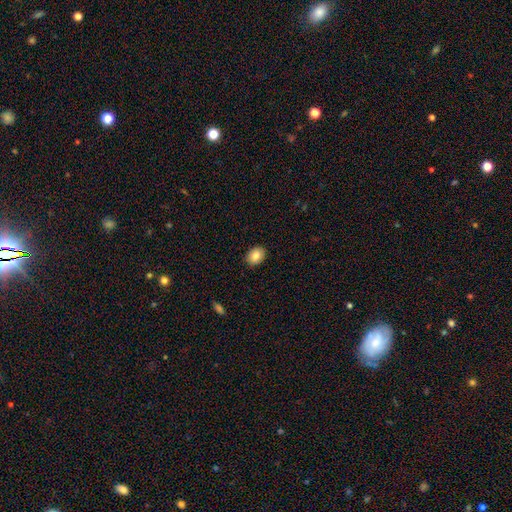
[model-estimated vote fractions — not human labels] A smooth galaxy with no disk features (84%) that is in between round and cigar-shaped (65%). Merging: none (90%).